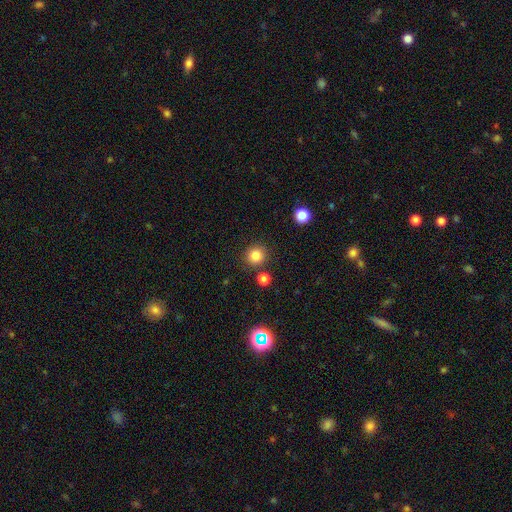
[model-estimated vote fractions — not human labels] Overall: smooth (84%). How rounded: round (91%). Merging: none (85%).